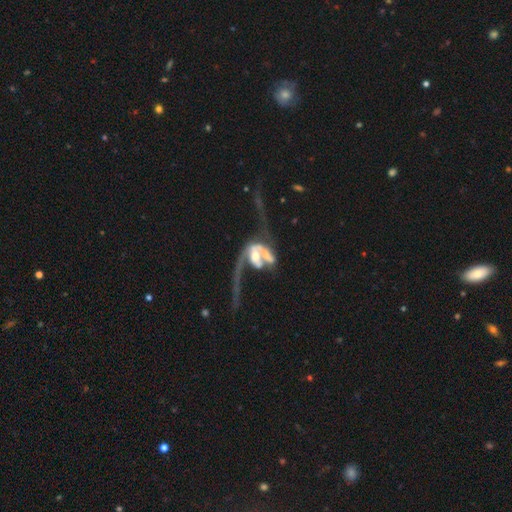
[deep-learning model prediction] The model was most divided on "bulge size": moderate: 42%, large: 24%, small: 17%, none: 11%, dominant: 6%. Remaining: edge-on disk — no (90%); smooth or featured — featured or disk (74%); spiral arms — yes (63%); merging — merger (61%); bar — no (46%).